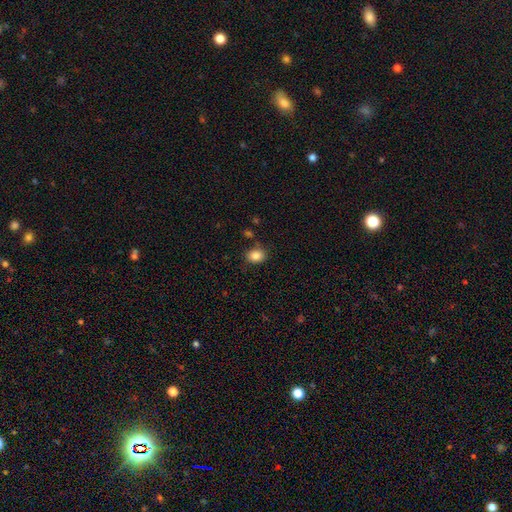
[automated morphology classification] Q: Smooth or featured?
A: smooth (85%); runner-up: star or artifact (10%)
Q: How rounded?
A: in between (51%); runner-up: round (48%)
Q: Merging?
A: none (81%); runner-up: minor disturbance (12%)